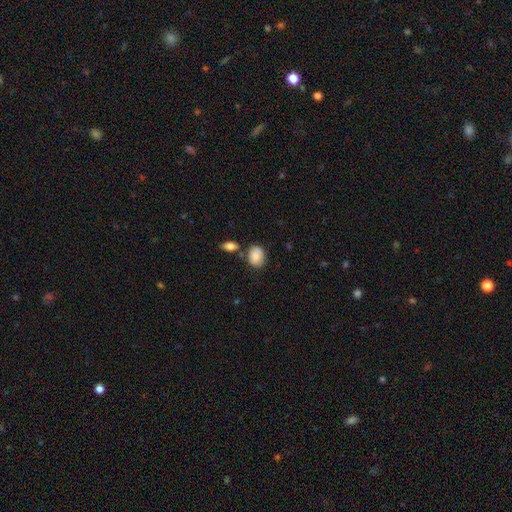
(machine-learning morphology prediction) type=smooth (85%); roundness=in between (62%); merging=none (70%).